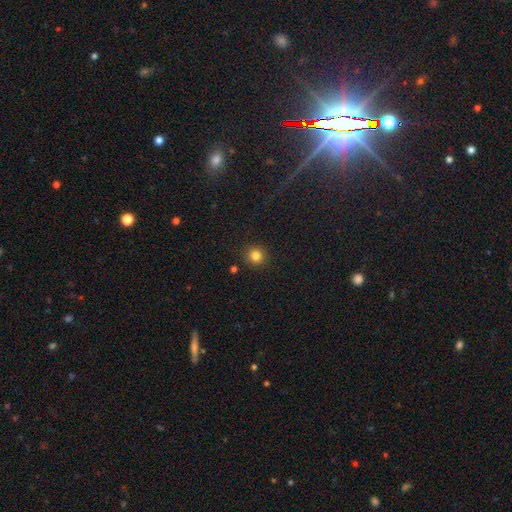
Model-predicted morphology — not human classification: type=smooth (82%); roundness=round (93%); merging=none (91%).